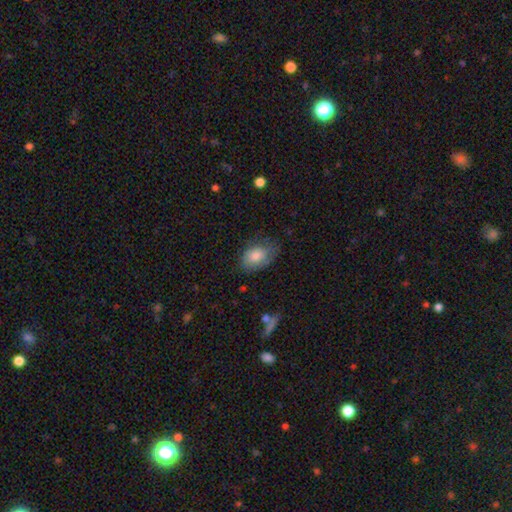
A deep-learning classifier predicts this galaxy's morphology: smooth_or_featured: smooth (p=0.77) [alt: featured or disk p=0.15]
how_rounded: in between (p=0.85) [alt: round p=0.14]
merging: none (p=0.58) [alt: minor disturbance p=0.30]